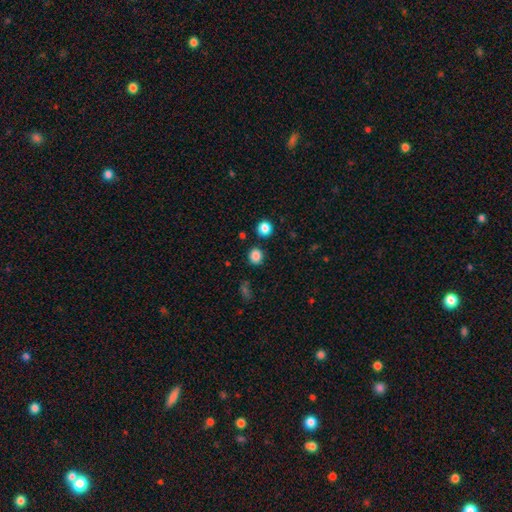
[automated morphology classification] A smooth galaxy with no disk features (84%) that is round (85%). Merging: none (85%).